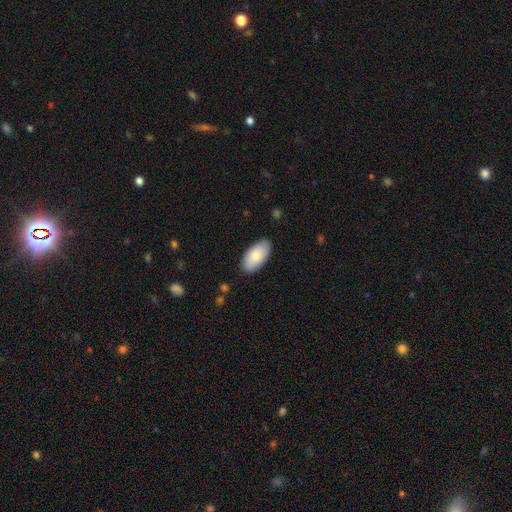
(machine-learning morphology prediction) The model was most divided on "smooth or featured": smooth: 80%, featured or disk: 14%, star or artifact: 6%. More confident: how rounded — in between (95%); merging — none (84%).